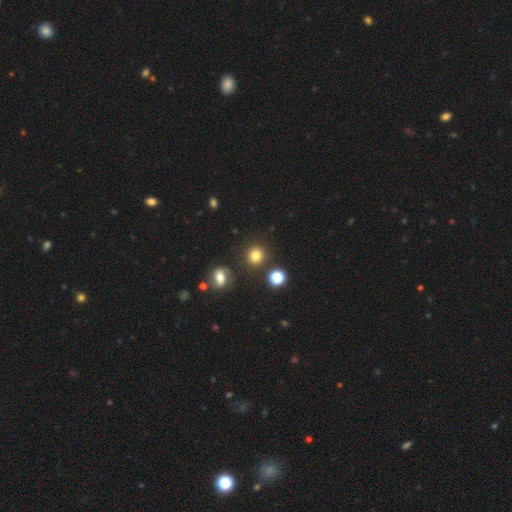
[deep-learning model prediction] smooth_or_featured: smooth (p=0.80) [alt: star or artifact p=0.14]
how_rounded: round (p=0.90) [alt: in between p=0.09]
merging: none (p=0.85) [alt: minor disturbance p=0.07]